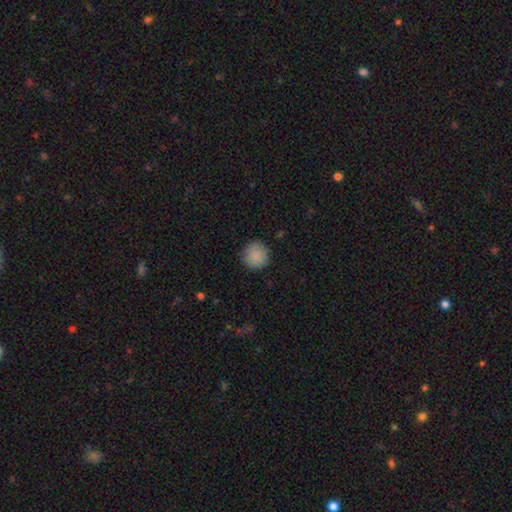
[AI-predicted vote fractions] This is clearly a smooth galaxy (88%). How rounded: clearly round (94%). Merging: clearly none (88%).